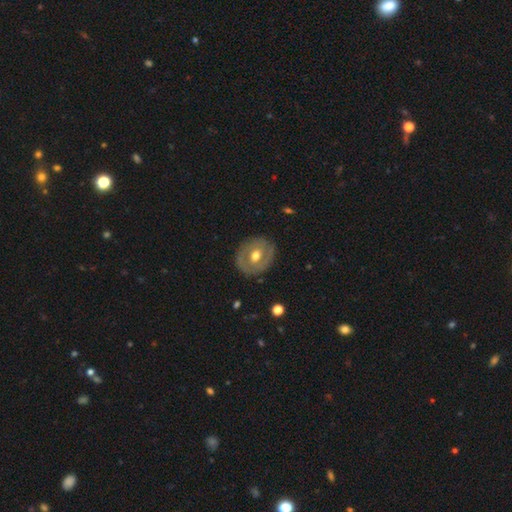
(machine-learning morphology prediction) A featured or disk galaxy (53%) with no bar (62%), no spiral arms (72%) and a moderate central bulge (79%). Merging: none (82%).